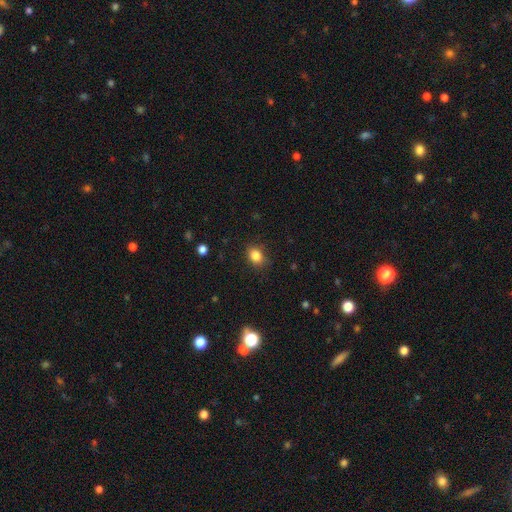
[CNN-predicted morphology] The model was most divided on "how rounded": in between: 62%, round: 37%, cigar-shaped: 1%. More confident: smooth or featured — smooth (84%); merging — none (83%).